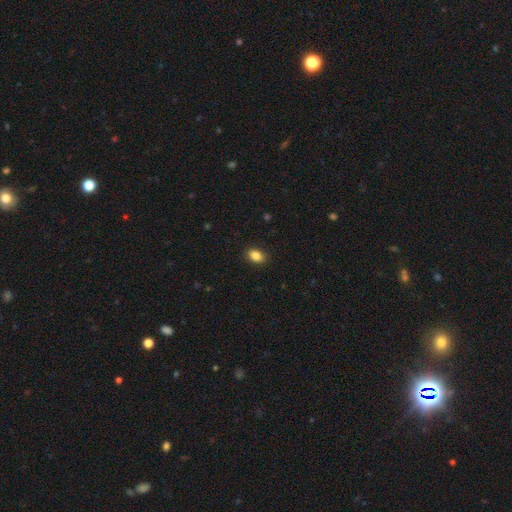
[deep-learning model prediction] Q: Smooth or featured?
A: smooth (86%); runner-up: star or artifact (9%)
Q: How rounded?
A: in between (80%); runner-up: round (18%)
Q: Merging?
A: none (90%); runner-up: minor disturbance (7%)